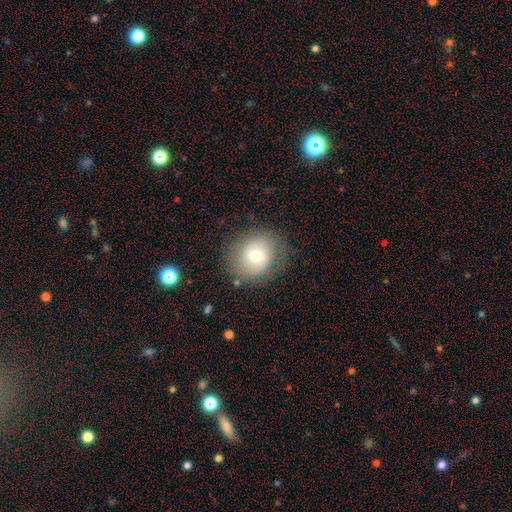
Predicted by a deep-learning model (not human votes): Morphology: type=smooth (59%); roundness=round (75%); merging=none (78%).